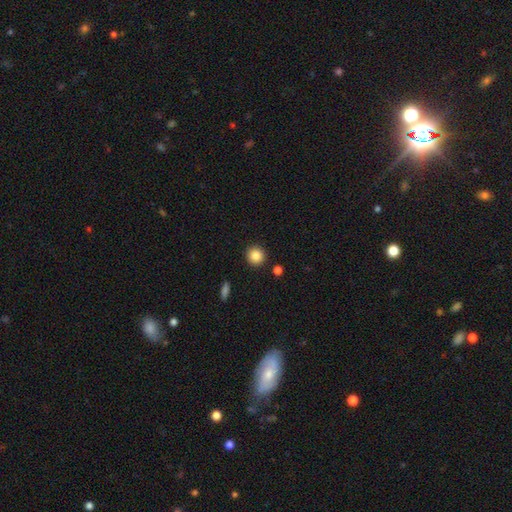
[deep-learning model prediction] A smooth galaxy with no disk features (86%) that is round (92%). Merging: none (90%).